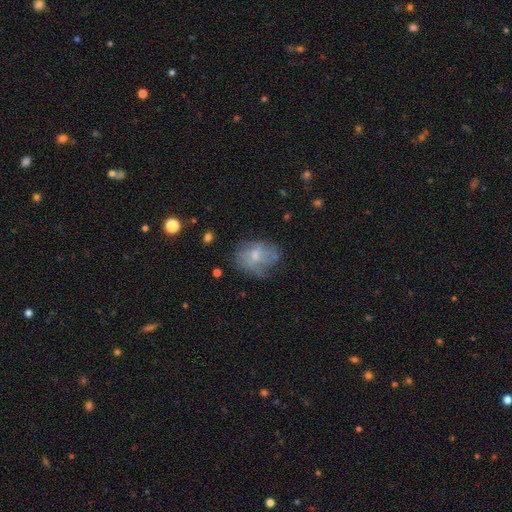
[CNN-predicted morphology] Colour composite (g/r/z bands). It shows a featured or disk galaxy (46%). Merging: none (48%).